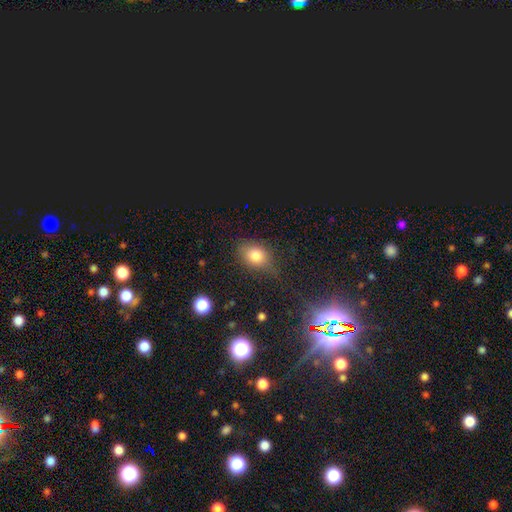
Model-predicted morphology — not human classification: smooth_or_featured: smooth (p=0.78) [alt: star or artifact p=0.12]
how_rounded: in between (p=0.65) [alt: round p=0.33]
merging: none (p=0.69) [alt: minor disturbance p=0.22]